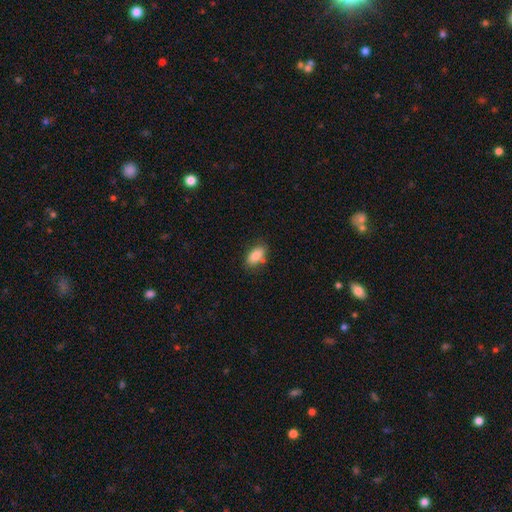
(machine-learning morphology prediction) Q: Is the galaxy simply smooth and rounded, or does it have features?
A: smooth — 84%.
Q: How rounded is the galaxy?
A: in between — 90%.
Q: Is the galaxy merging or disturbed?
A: none — 74%.